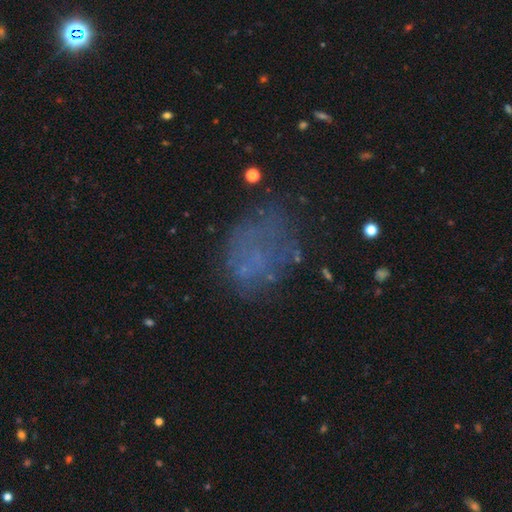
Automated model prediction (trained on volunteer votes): Overall: smooth (42%; featured or disk 31%). Merging: none (53%; major disturbance 22%).